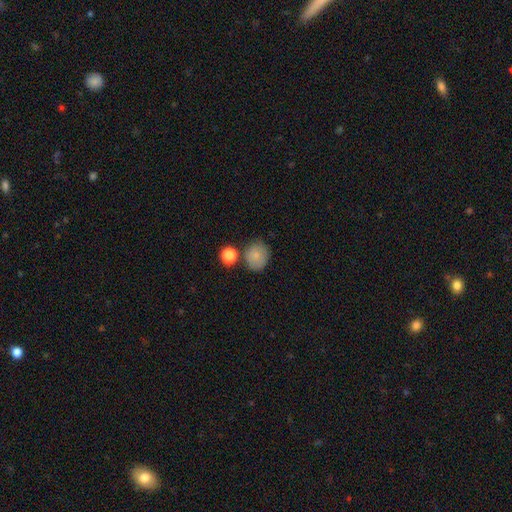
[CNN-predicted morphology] smooth_or_featured: smooth (p=0.81) [alt: star or artifact p=0.10]
how_rounded: round (p=0.75) [alt: in between p=0.24]
merging: none (p=0.68) [alt: minor disturbance p=0.16]